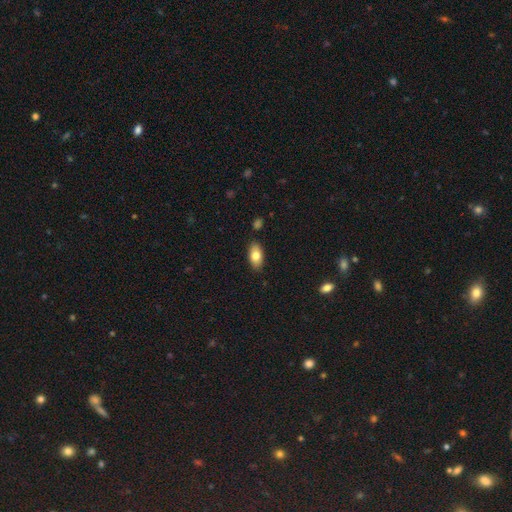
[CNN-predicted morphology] Smooth or featured?
  - smooth: 79% *
  - featured or disk: 14%
  - star or artifact: 7%
How rounded?
  - in between: 91% *
  - cigar-shaped: 4%
  - round: 4%
Merging?
  - none: 86% *
  - minor disturbance: 10%
  - major disturbance: 2%
  - merger: 2%